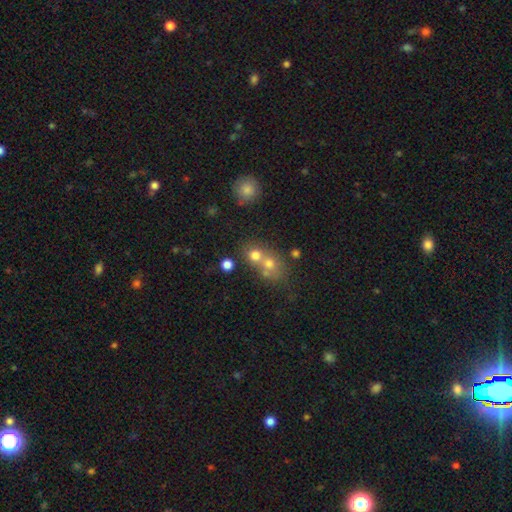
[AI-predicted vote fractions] This appears to be a smooth galaxy with no disk features (68%) that is round (76%). Merging: merger (54%).